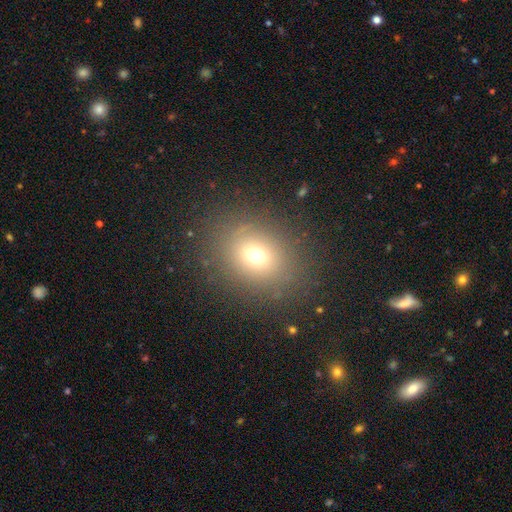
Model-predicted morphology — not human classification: smooth-or-featured: smooth: 68% | star or artifact: 19% | featured or disk: 13%
  how-rounded: round: 61% | in between: 38% | cigar-shaped: 1%
  merging: none: 83% | minor disturbance: 10% | major disturbance: 5% | merger: 1%